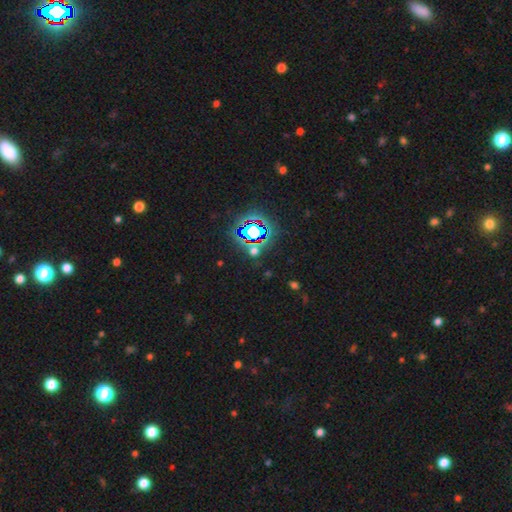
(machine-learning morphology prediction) The model was most divided on "smooth or featured": star or artifact: 82%, smooth: 11%, featured or disk: 7%.